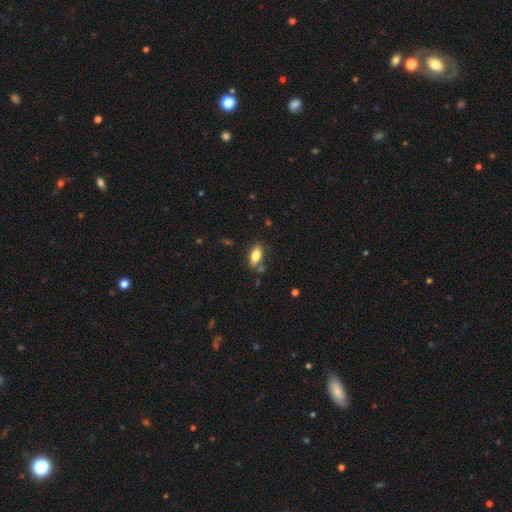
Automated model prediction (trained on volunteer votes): The model was most divided on "merging": none: 75%, minor disturbance: 15%, merger: 6%, major disturbance: 4%. More confident: how rounded — in between (89%); smooth or featured — smooth (82%).